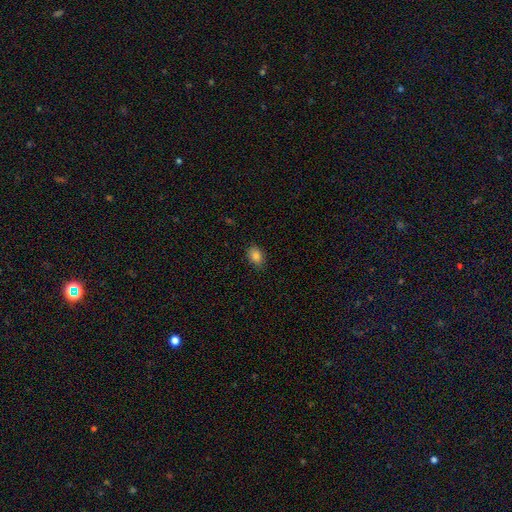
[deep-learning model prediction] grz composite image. It shows a smooth galaxy with no disk features (84%) that is in between round and cigar-shaped (78%). Merging: none (84%).